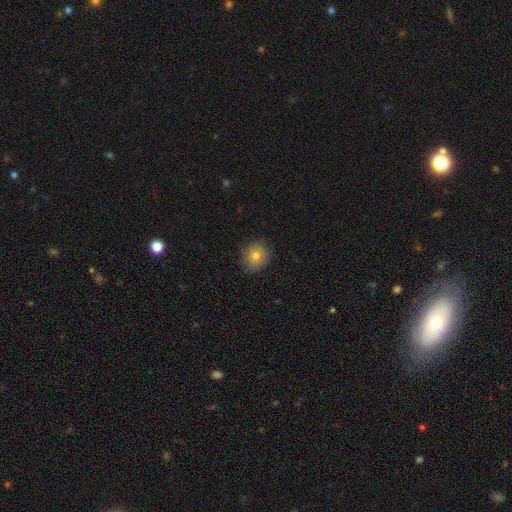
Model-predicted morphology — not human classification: Overall: smooth (78%). How rounded: round (83%). Merging: none (83%).